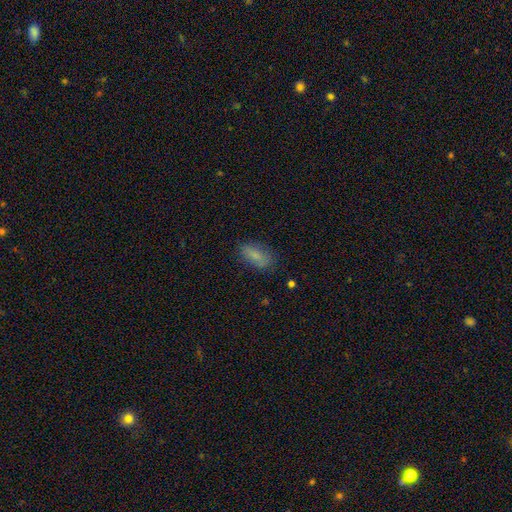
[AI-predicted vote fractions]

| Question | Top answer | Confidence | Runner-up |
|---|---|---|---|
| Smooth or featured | smooth | 78% | featured or disk (13%) |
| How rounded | in between | 87% | cigar-shaped (9%) |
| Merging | none | 72% | minor disturbance (20%) |